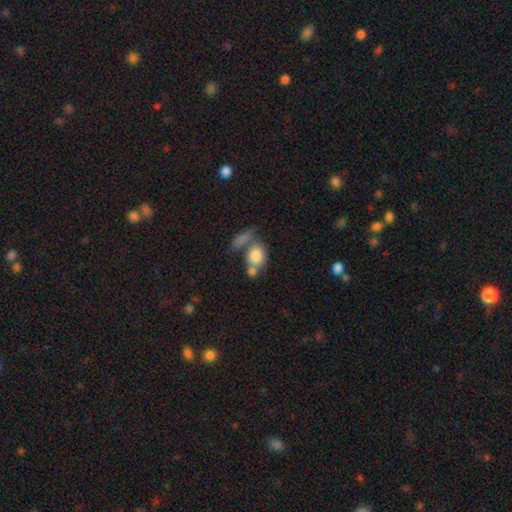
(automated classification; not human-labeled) Overall: smooth (80%). How rounded: in between (53%; round 44%). Merging: none (42%; merger 39%).